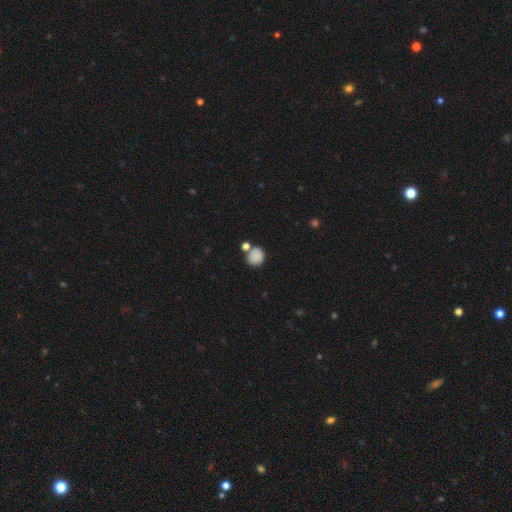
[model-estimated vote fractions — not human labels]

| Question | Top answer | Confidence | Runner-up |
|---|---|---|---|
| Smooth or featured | smooth | 83% | star or artifact (10%) |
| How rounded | round | 82% | in between (17%) |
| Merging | none | 60% | merger (22%) |